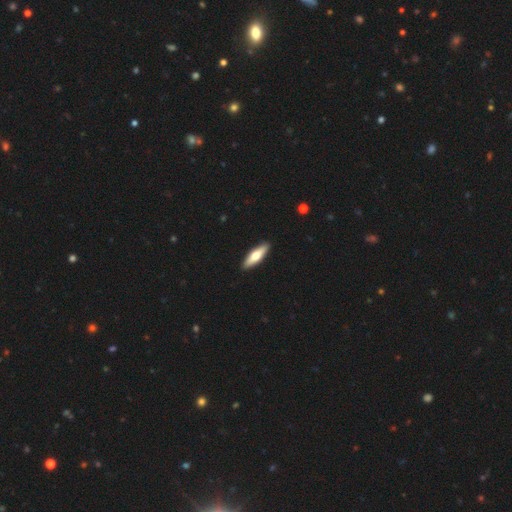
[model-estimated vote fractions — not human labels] Morphology: type=smooth (60%); roundness=cigar-shaped (61%); merging=none (92%).